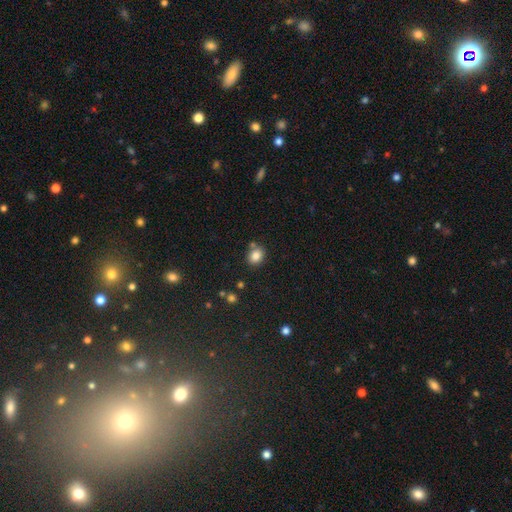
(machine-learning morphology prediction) smooth_or_featured: smooth (p=0.84) [alt: star or artifact p=0.10]
how_rounded: round (p=0.52) [alt: in between p=0.47]
merging: none (p=0.74) [alt: minor disturbance p=0.12]